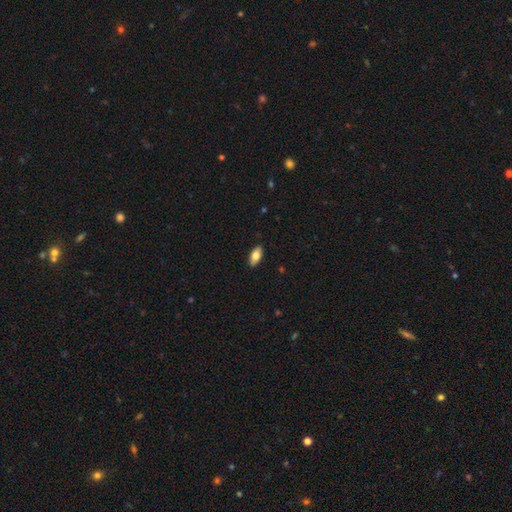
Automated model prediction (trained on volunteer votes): The model was most divided on "smooth or featured": smooth: 75%, featured or disk: 19%, star or artifact: 6%. More confident: merging — none (89%); how rounded — in between (89%).